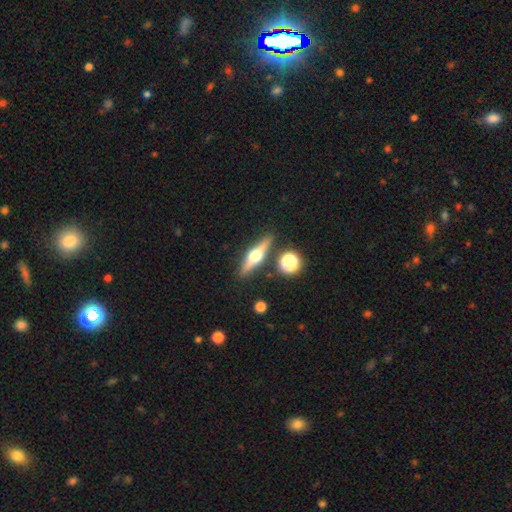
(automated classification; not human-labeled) smooth_or_featured: featured or disk (p=0.67) [alt: smooth p=0.26]
disk_edge_on: yes (p=0.96) [alt: no p=0.04]
edge_on_bulge: rounded (p=0.95) [alt: boxy p=0.03]
merging: none (p=0.86) [alt: minor disturbance p=0.08]